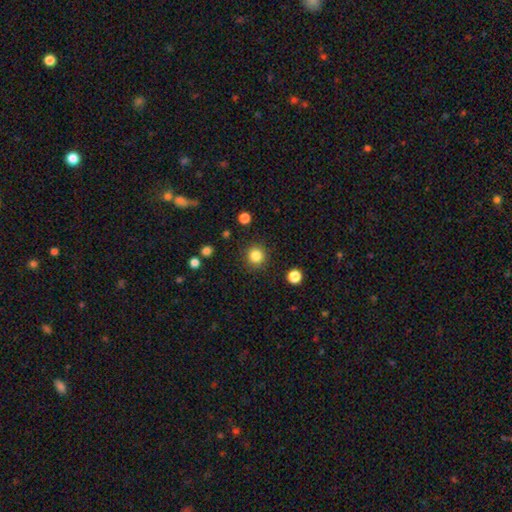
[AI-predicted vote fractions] Smooth or featured? smooth (84%)
How rounded? round (94%)
Merging? none (90%)